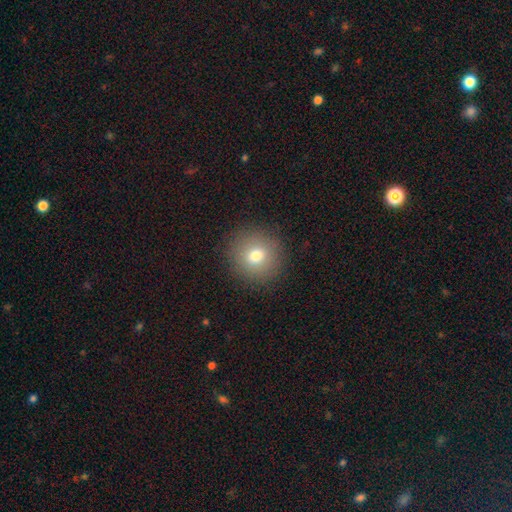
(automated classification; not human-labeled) Smooth or featured?
  - smooth: 76% *
  - star or artifact: 12%
  - featured or disk: 12%
How rounded?
  - round: 93% *
  - in between: 6%
  - cigar-shaped: 1%
Merging?
  - none: 90% *
  - minor disturbance: 6%
  - major disturbance: 3%
  - merger: 1%